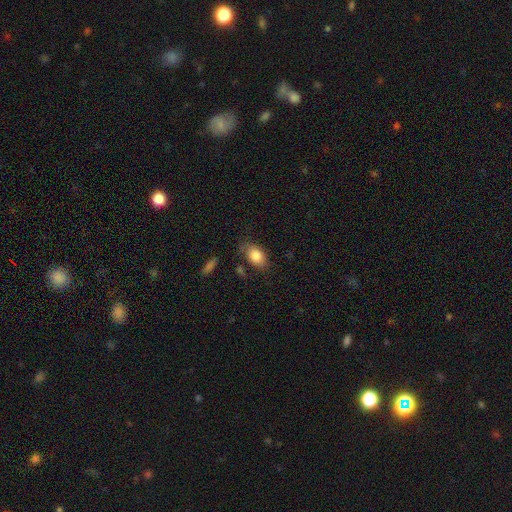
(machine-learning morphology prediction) smooth-or-featured: smooth: 83% | featured or disk: 10% | star or artifact: 7%
  how-rounded: in between: 87% | round: 11% | cigar-shaped: 2%
  merging: none: 71% | minor disturbance: 20% | major disturbance: 6% | merger: 4%